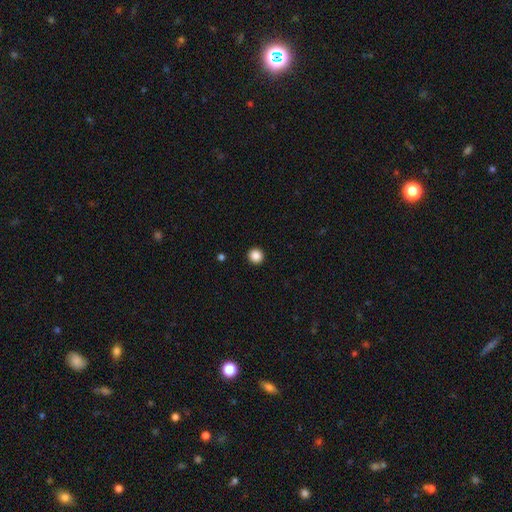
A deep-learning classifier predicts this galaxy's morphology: This appears to be a smooth galaxy with no disk features (87%) that is round (94%). Merging: none (94%).